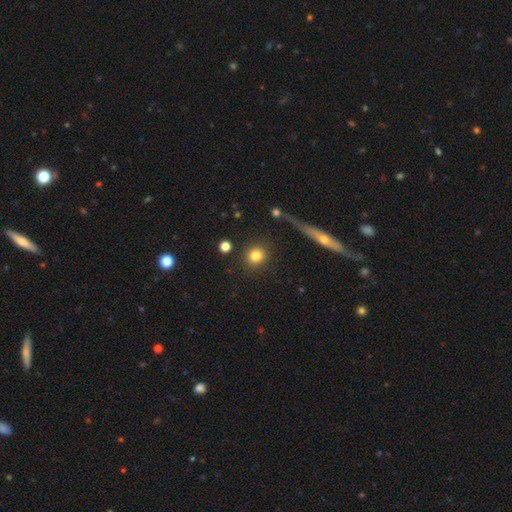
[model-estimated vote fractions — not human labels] This appears to be a smooth galaxy with no disk features (82%) that is round (91%). Merging: none (87%).